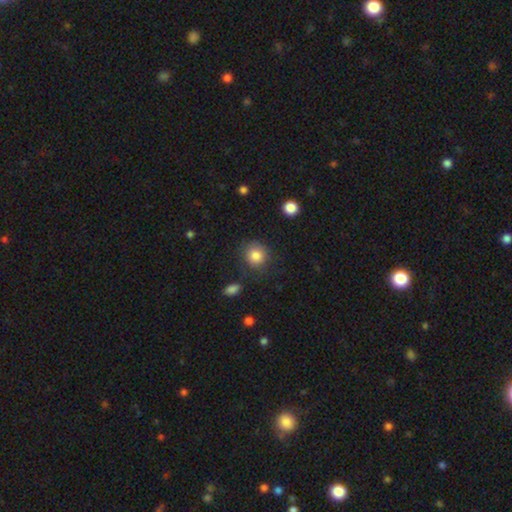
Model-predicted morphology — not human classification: Overall: smooth (85%). How rounded: round (87%). Merging: none (79%).